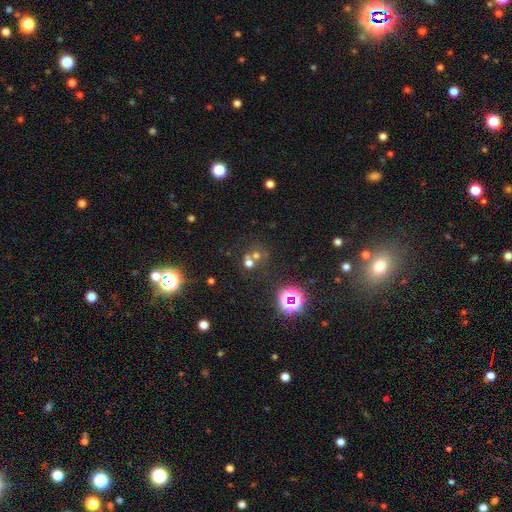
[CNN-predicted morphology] A star or artifact, not a galaxy (47%).